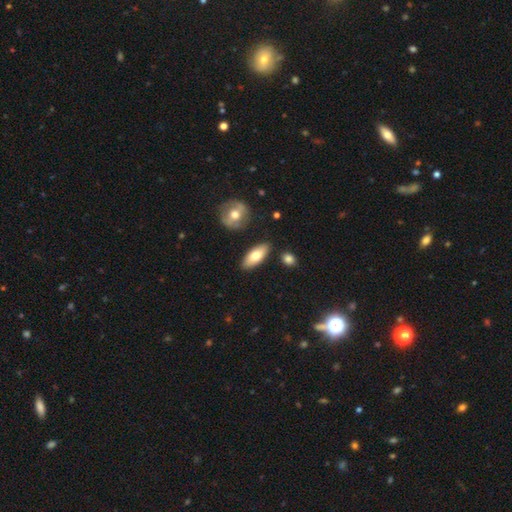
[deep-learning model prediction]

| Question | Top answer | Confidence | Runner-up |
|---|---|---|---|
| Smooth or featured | smooth | 73% | featured or disk (21%) |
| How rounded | in between | 80% | cigar-shaped (18%) |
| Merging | none | 84% | minor disturbance (10%) |